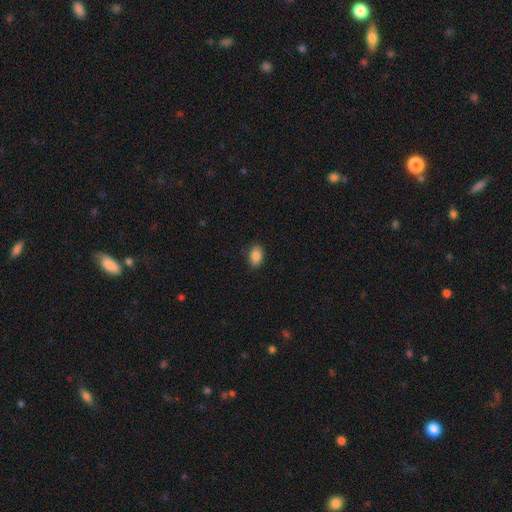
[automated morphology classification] A smooth galaxy with no disk features (88%) that is in between round and cigar-shaped (88%).

Vote fractions:
- Smooth or featured? smooth: 88% / star or artifact: 8% / featured or disk: 4%
- How rounded? in between: 88% / round: 10% / cigar-shaped: 2%
- Merging? none: 86% / minor disturbance: 10% / major disturbance: 2% / merger: 1%